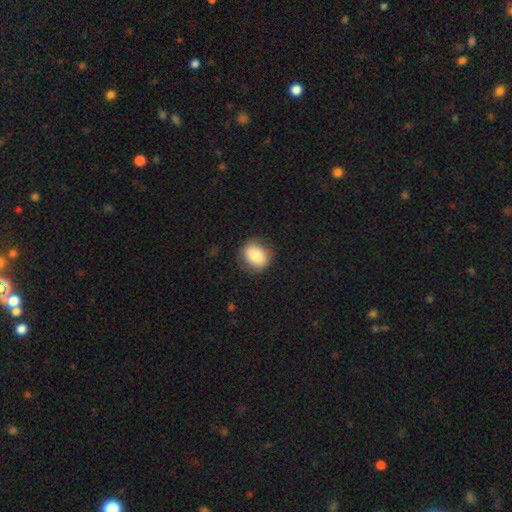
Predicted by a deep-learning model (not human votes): Morphology: type=smooth (80%); roundness=round (58%); merging=none (80%).